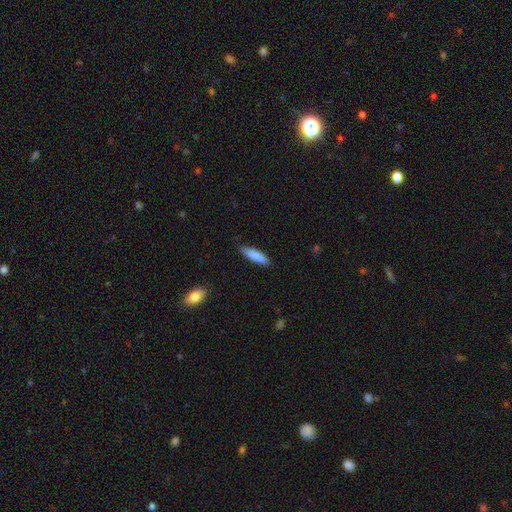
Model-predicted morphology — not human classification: Overall: smooth (87%). How rounded: cigar-shaped (68%; in between 30%). Merging: none (85%).